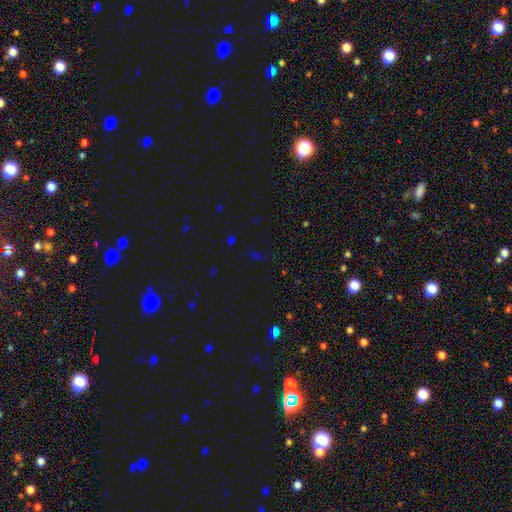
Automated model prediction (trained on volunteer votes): Smooth or featured: star or artifact — 65% (smooth — 27%)